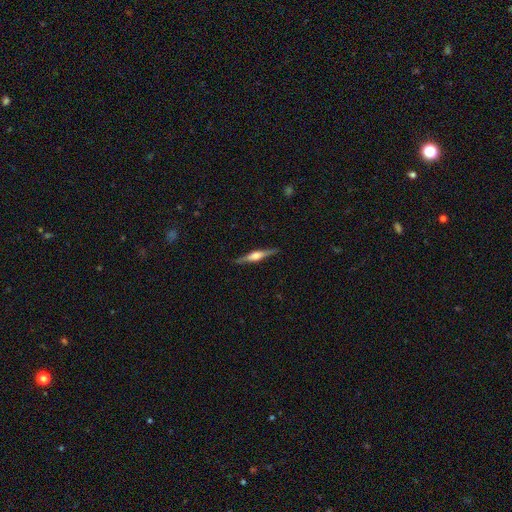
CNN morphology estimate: This is likely a featured or disk galaxy (75%). It is clearly viewed edge-on (98%). Edge-on bulge: likely rounded (80%). Merging: clearly none (89%).